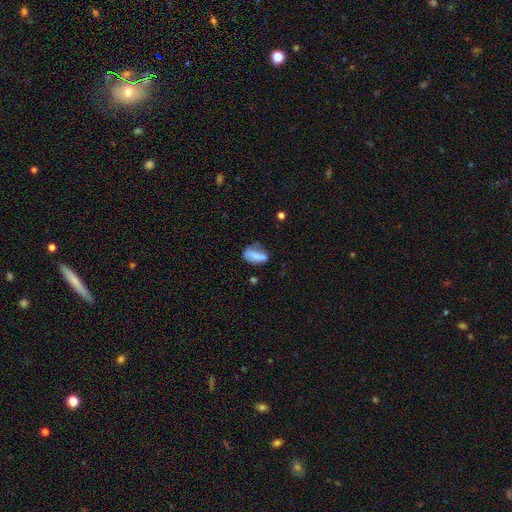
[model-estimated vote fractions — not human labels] This is likely a smooth galaxy (74%). How rounded: clearly in between (81%). Merging: possibly none (46%).